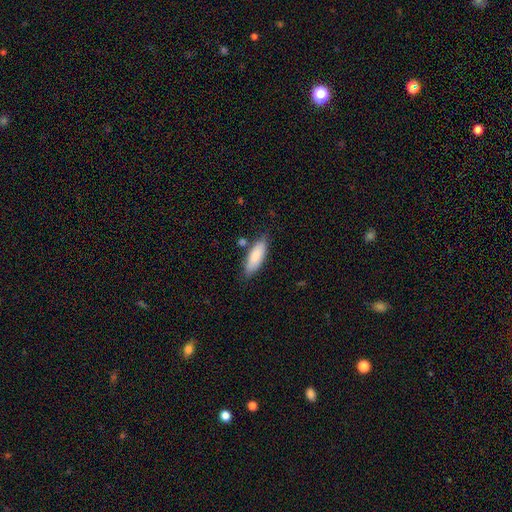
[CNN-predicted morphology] A smooth galaxy with no disk features (83%) that is in between round and cigar-shaped (66%).

Vote fractions:
- Smooth or featured? smooth: 83% / featured or disk: 11% / star or artifact: 6%
- How rounded? in between: 66% / cigar-shaped: 32% / round: 2%
- Merging? none: 76% / minor disturbance: 15% / merger: 6% / major disturbance: 3%